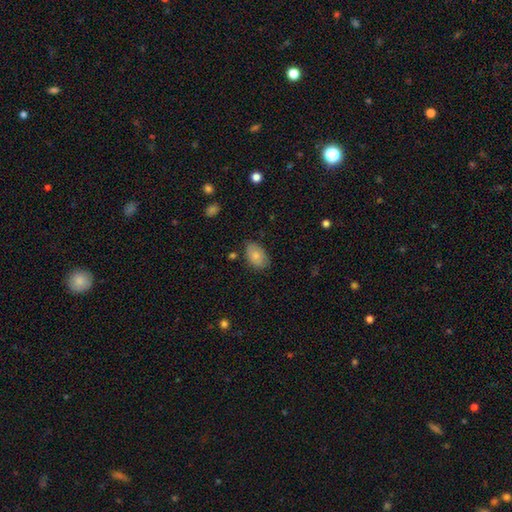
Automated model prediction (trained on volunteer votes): The model was most divided on "merging": none: 77%, minor disturbance: 18%, major disturbance: 3%, merger: 2%. More confident: how rounded — in between (90%); smooth or featured — smooth (80%).